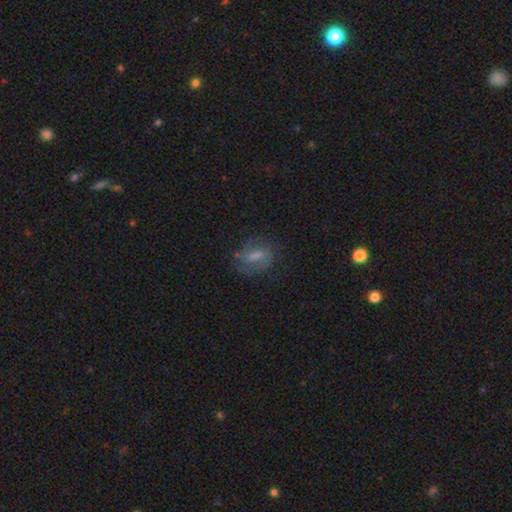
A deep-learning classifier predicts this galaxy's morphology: smooth-or-featured: smooth: 45% | featured or disk: 44% | star or artifact: 11%
  merging: none: 63% | minor disturbance: 21% | major disturbance: 13% | merger: 2%